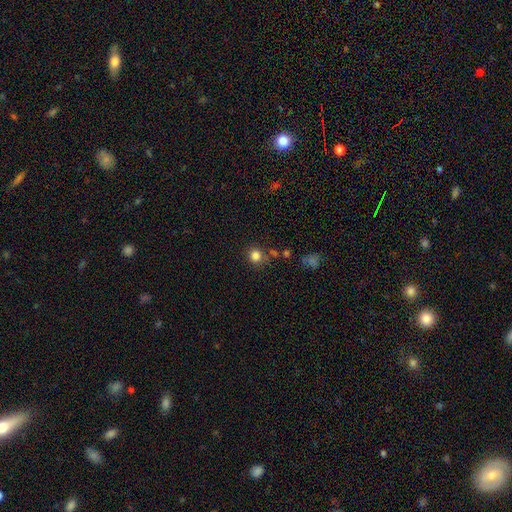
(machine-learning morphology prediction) smooth-or-featured: smooth: 82% | star or artifact: 13% | featured or disk: 5%
  how-rounded: round: 89% | in between: 10% | cigar-shaped: 1%
  merging: none: 79% | minor disturbance: 11% | merger: 6% | major disturbance: 4%